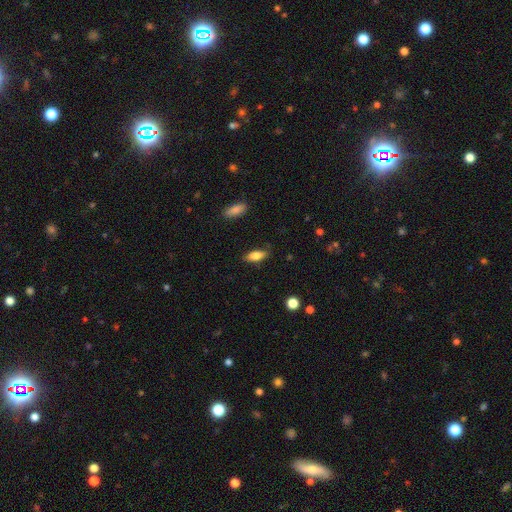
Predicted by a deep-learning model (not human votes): smooth 81%, featured or disk 13%, star or artifact 7%. Down the decision tree: how rounded — in between (72%); merging — none (82%).